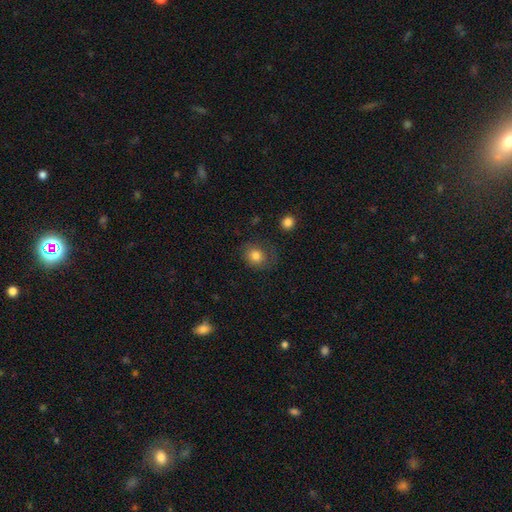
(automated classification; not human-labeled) smooth-or-featured: smooth: 80% | star or artifact: 11% | featured or disk: 9%
  how-rounded: round: 70% | in between: 29% | cigar-shaped: 1%
  merging: none: 70% | minor disturbance: 19% | major disturbance: 8% | merger: 2%